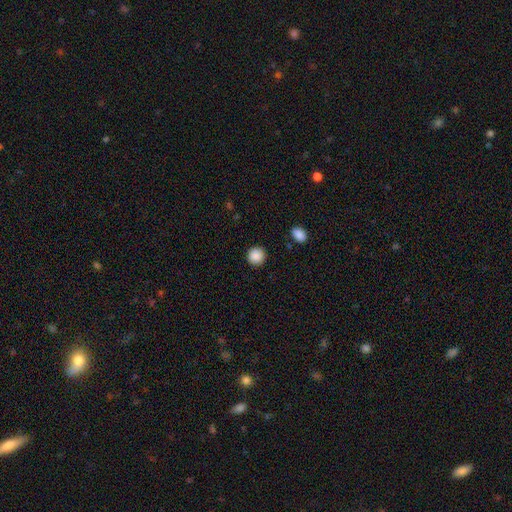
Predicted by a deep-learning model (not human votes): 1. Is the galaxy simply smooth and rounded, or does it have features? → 88% smooth, 9% star or artifact, 3% featured or disk.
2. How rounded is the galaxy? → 93% round, 6% in between, 1% cigar-shaped.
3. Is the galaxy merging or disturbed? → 91% none, 6% minor disturbance, 2% major disturbance, 1% merger.